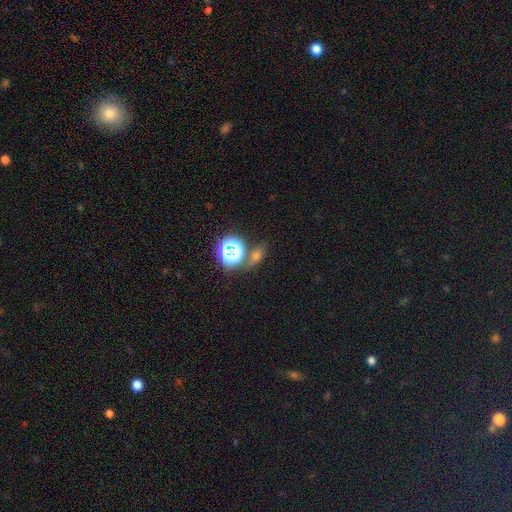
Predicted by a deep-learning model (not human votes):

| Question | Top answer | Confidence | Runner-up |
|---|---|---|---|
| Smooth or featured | smooth | 47% | star or artifact (38%) |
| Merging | none | 71% | minor disturbance (12%) |